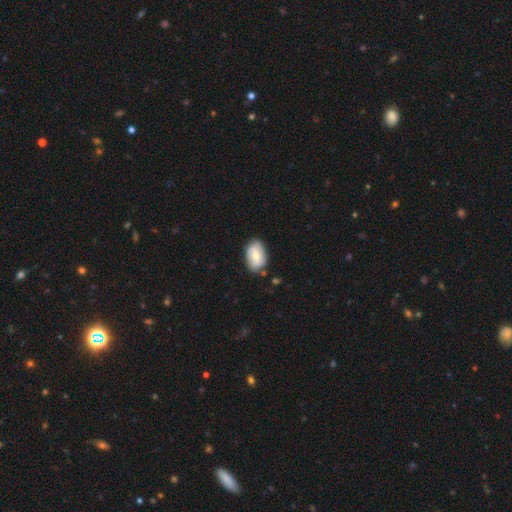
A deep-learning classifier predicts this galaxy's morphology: Smooth or featured? Predicted: smooth (p=0.68). How rounded? Predicted: in between (p=0.88). Merging? Predicted: none (p=0.80).